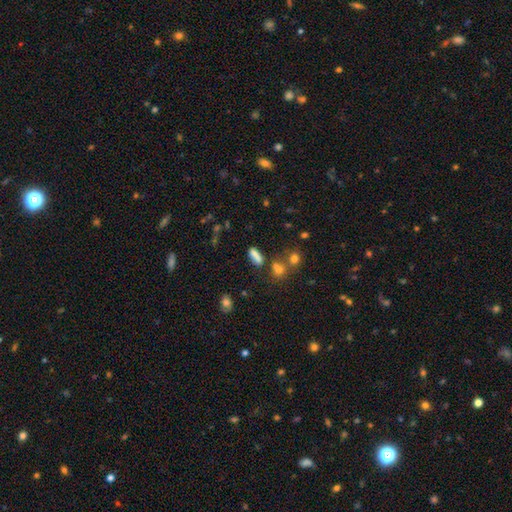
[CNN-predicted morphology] Q: Smooth or featured?
A: smooth (70%); runner-up: star or artifact (18%)
Q: How rounded?
A: in between (65%); runner-up: cigar-shaped (25%)
Q: Merging?
A: none (51%); runner-up: merger (23%)